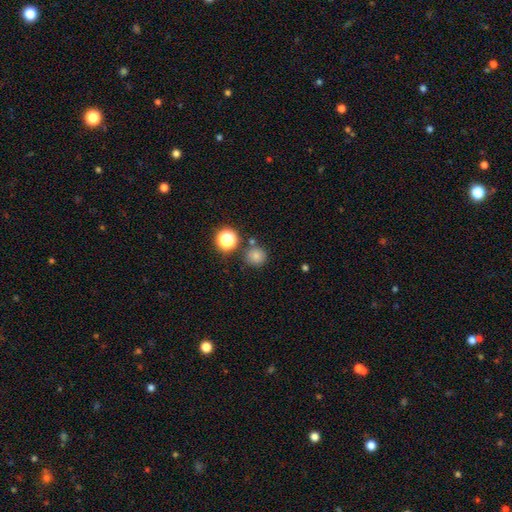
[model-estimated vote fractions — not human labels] smooth 77%, star or artifact 16%, featured or disk 7%. Down the decision tree: how rounded — round (92%); merging — none (78%).